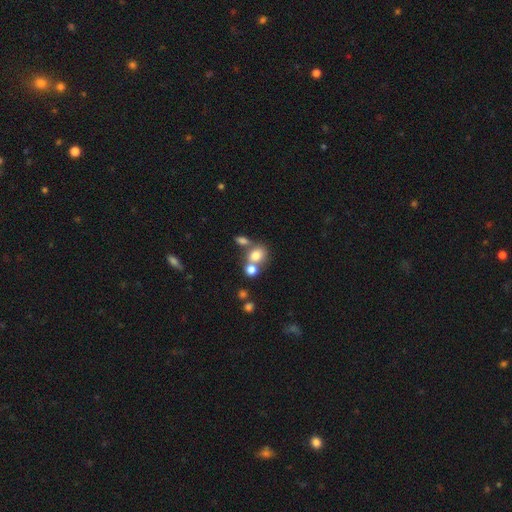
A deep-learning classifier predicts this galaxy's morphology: This is likely a smooth galaxy (75%). How rounded: possibly round (58%). Merging: marginally merger (43%).